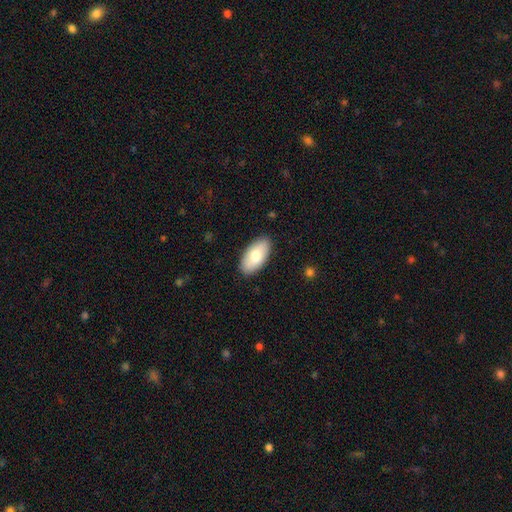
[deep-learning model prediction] Morphology: type=smooth (74%); roundness=in between (94%); merging=none (88%).